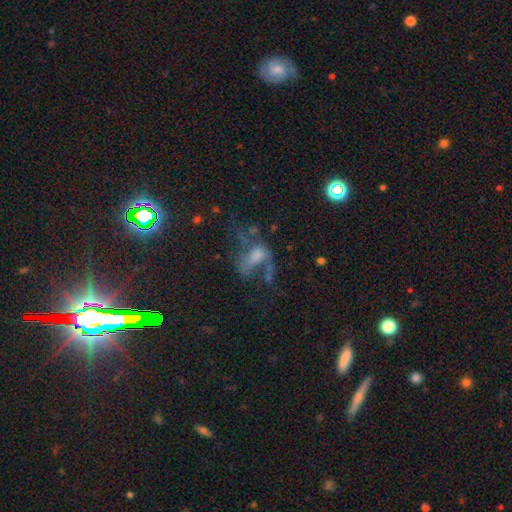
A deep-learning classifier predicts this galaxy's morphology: Smooth or featured: featured or disk — 49% (star or artifact — 26%)
Merging: major disturbance — 46% (none — 29%)